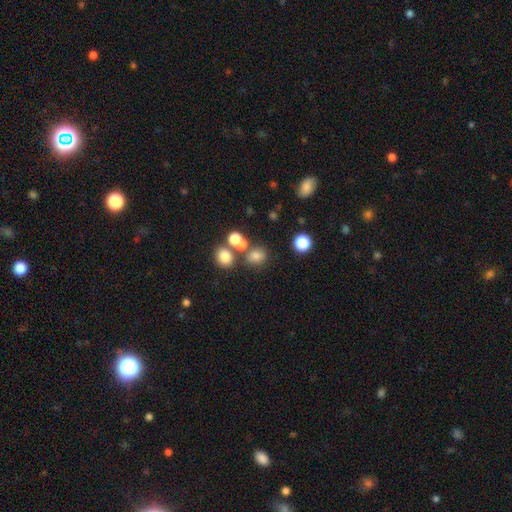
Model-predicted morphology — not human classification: smooth-or-featured: smooth: 73% | star or artifact: 17% | featured or disk: 10%
  how-rounded: round: 68% | in between: 31% | cigar-shaped: 1%
  merging: none: 60% | merger: 24% | minor disturbance: 11% | major disturbance: 5%